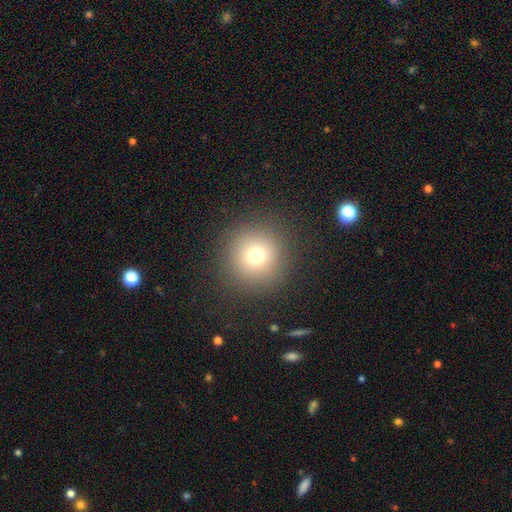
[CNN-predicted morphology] A smooth galaxy with no disk features (72%) that is round (95%). Merging: none (89%).